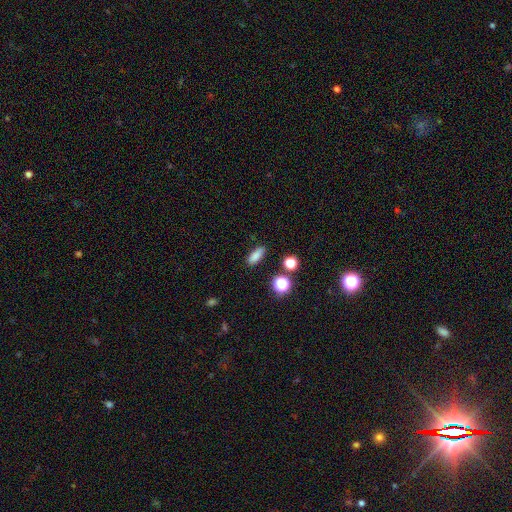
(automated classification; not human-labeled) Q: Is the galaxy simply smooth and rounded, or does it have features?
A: smooth — 81%.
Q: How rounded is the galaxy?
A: in between — 64%.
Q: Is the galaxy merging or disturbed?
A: none — 85%.